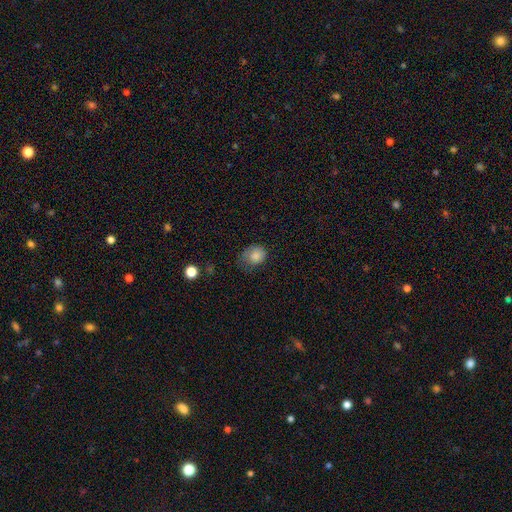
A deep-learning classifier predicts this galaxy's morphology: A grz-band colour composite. It shows a smooth galaxy with no disk features (83%) that is round (56%). Merging: none (43%).